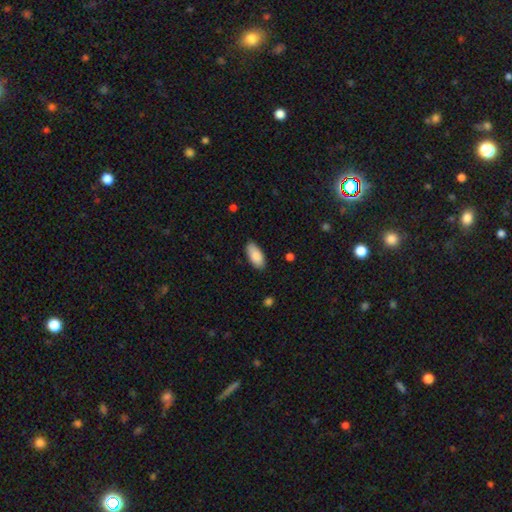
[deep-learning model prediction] Smooth or featured? Predicted: smooth (p=0.89). How rounded? Predicted: in between (p=0.92). Merging? Predicted: none (p=0.85).